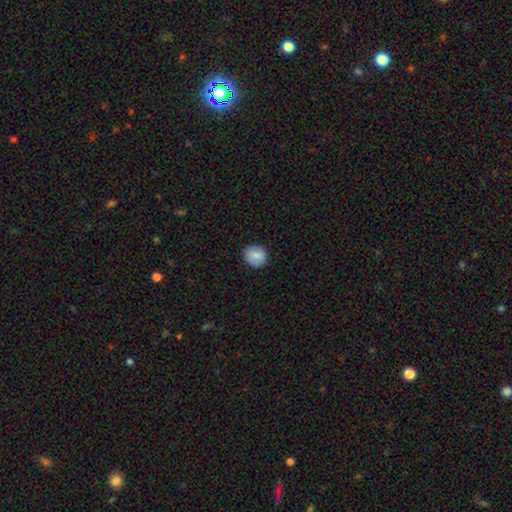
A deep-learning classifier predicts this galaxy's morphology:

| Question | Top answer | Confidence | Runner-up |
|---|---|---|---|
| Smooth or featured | smooth | 79% | featured or disk (13%) |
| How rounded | round | 77% | in between (22%) |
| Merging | none | 87% | minor disturbance (10%) |